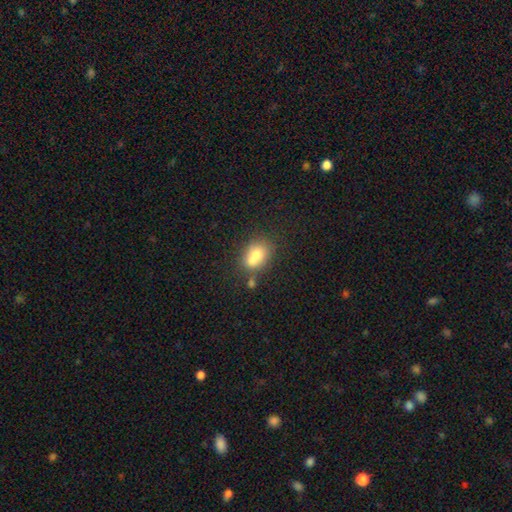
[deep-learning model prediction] Smooth or featured: smooth — 71% (featured or disk — 18%)
How rounded: in between — 59% (round — 39%)
Merging: merger — 41% (none — 39%)